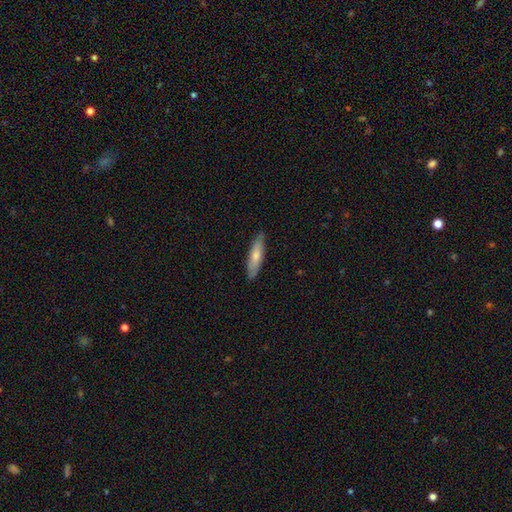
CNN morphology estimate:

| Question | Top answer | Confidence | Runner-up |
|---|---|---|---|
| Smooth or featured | smooth | 68% | featured or disk (27%) |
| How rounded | cigar-shaped | 71% | in between (28%) |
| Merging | none | 85% | minor disturbance (12%) |